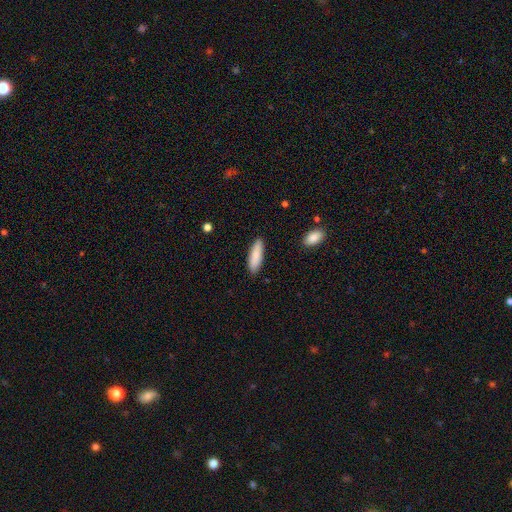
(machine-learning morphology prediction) The model was most divided on "how rounded": cigar-shaped: 52%, in between: 46%, round: 1%. More confident: merging — none (88%); smooth or featured — smooth (87%).